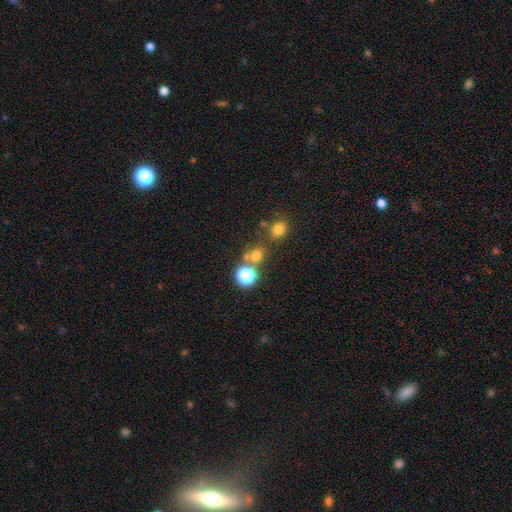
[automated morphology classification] Overall: smooth (65%; star or artifact 26%). How rounded: round (79%). Merging: none (63%; merger 23%).